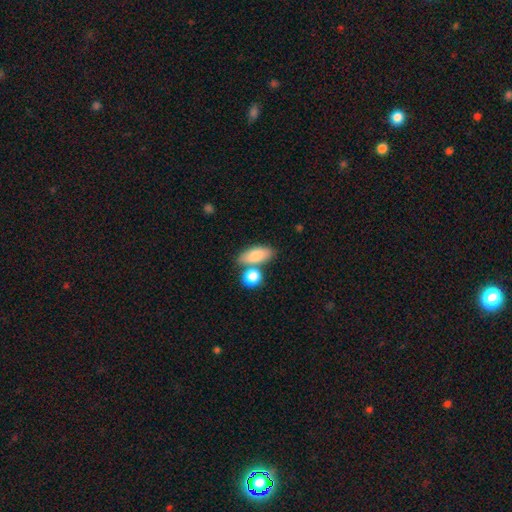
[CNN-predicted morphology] The model was most divided on "merging": none: 62%, merger: 22%, minor disturbance: 12%, major disturbance: 4%. More confident: how rounded — in between (82%); smooth or featured — smooth (81%).